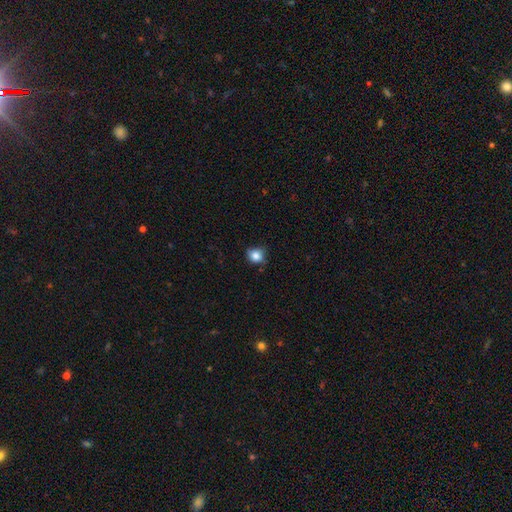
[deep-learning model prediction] Smooth or featured: smooth — 83% (star or artifact — 10%)
How rounded: round — 75% (in between — 24%)
Merging: none — 69% (minor disturbance — 25%)